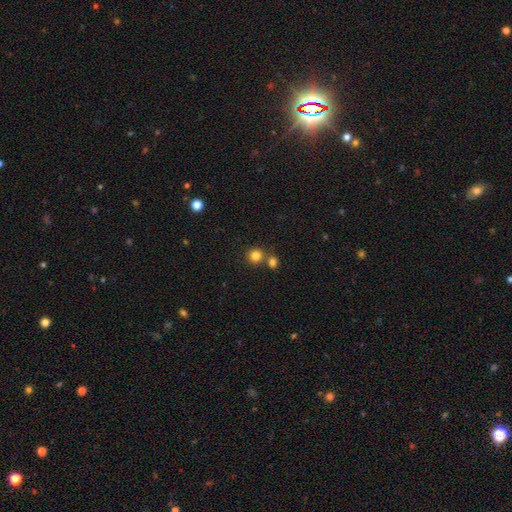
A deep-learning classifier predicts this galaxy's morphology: Smooth or featured? smooth (82%)
How rounded? round (90%)
Merging? none (67%)